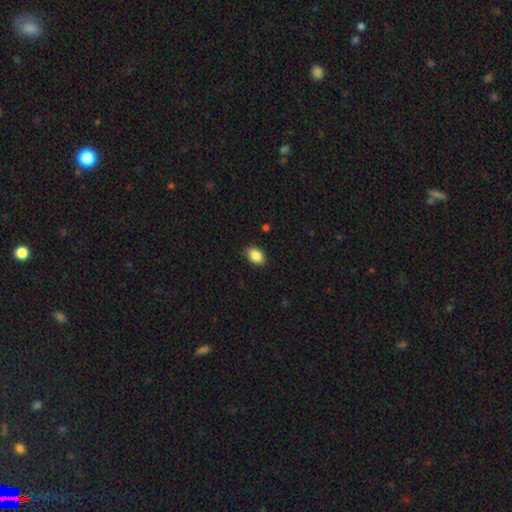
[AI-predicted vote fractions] The model was most divided on "how rounded": in between: 85%, round: 14%, cigar-shaped: 1%. More confident: smooth or featured — smooth (89%); merging — none (88%).